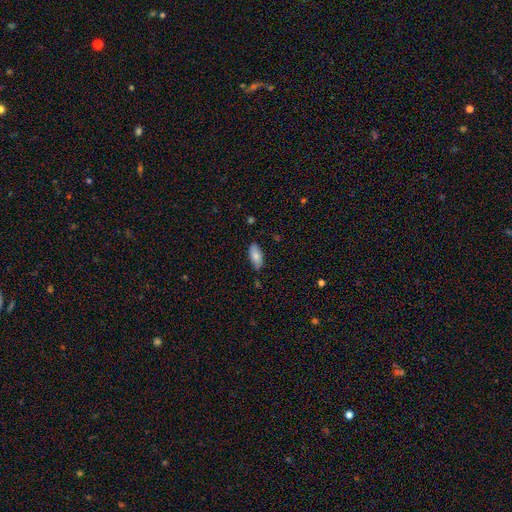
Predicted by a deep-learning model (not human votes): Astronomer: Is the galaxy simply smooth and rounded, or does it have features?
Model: smooth — 81%.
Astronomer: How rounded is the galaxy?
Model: in between — 90%.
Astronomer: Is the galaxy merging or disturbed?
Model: none — 79%.